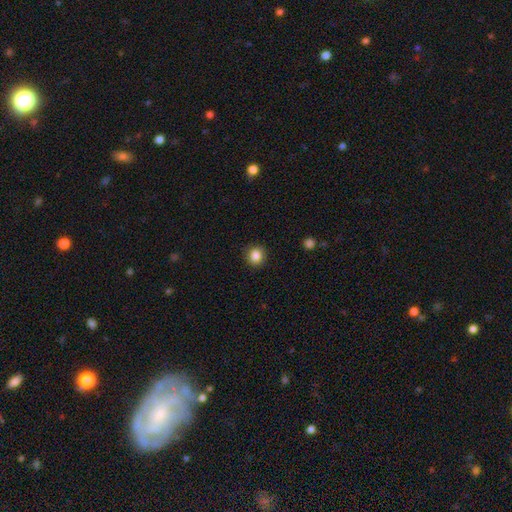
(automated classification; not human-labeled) smooth 85%, star or artifact 10%, featured or disk 5%. Down the decision tree: how rounded — round (89%); merging — none (90%).